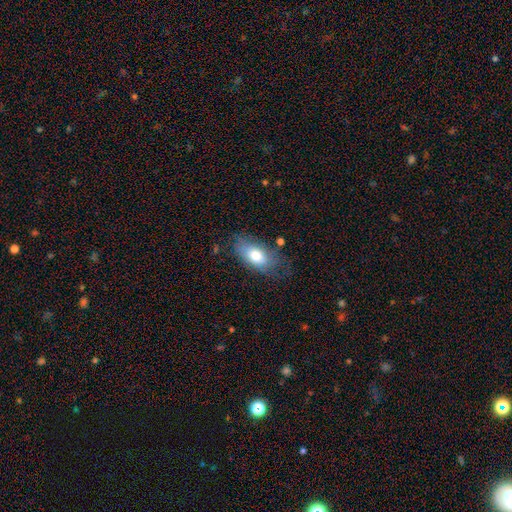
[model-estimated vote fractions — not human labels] A smooth galaxy with no disk features (73%) that is in between round and cigar-shaped (90%).

Vote fractions:
- Smooth or featured? smooth: 73% / featured or disk: 20% / star or artifact: 8%
- How rounded? in between: 90% / round: 5% / cigar-shaped: 5%
- Merging? none: 57% / minor disturbance: 27% / major disturbance: 13% / merger: 3%